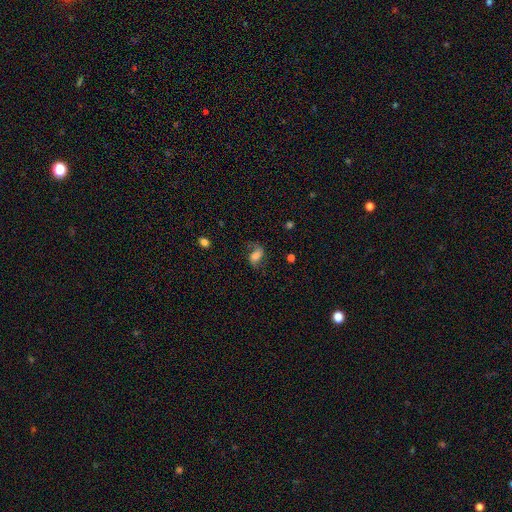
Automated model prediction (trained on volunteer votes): featured or disk 47%, smooth 43%, star or artifact 10%. Down the decision tree: merging — none (61%).